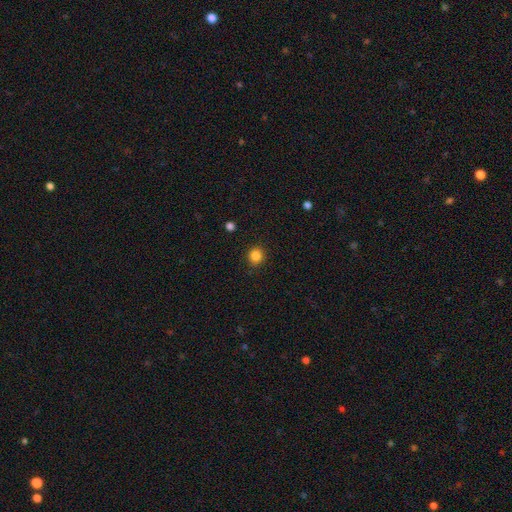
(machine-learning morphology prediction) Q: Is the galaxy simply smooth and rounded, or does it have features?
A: smooth — 84%.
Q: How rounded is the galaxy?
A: round — 90%.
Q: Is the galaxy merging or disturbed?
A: none — 91%.